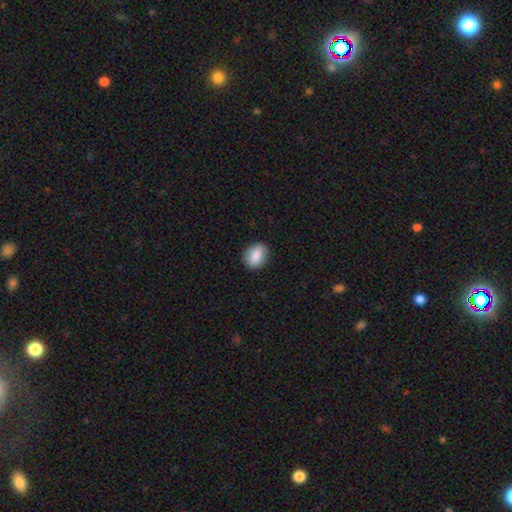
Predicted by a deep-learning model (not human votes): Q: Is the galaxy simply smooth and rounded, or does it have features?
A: smooth — 86%.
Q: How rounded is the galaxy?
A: in between — 76%.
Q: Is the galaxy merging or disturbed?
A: none — 85%.